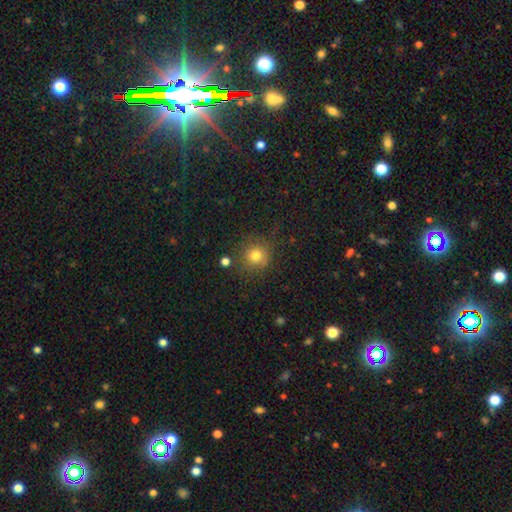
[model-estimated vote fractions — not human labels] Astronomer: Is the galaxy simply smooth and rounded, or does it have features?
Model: smooth — 77%.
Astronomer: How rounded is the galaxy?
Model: round — 91%.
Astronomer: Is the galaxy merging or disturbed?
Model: none — 79%.